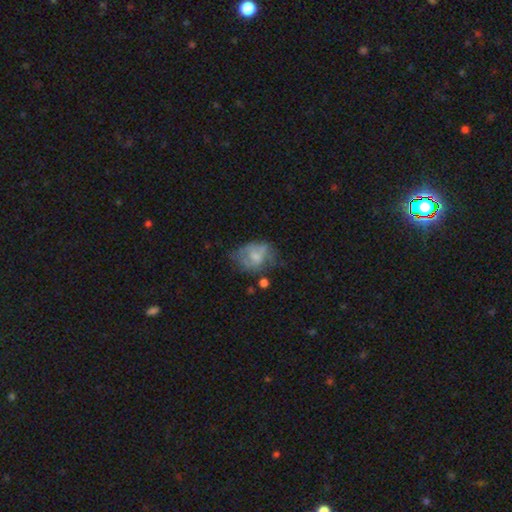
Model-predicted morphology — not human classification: A smooth galaxy with no disk features (48%).

Vote fractions:
- Smooth or featured? smooth: 48% / featured or disk: 43% / star or artifact: 9%
- Merging? none: 35% / minor disturbance: 30% / major disturbance: 27% / merger: 7%